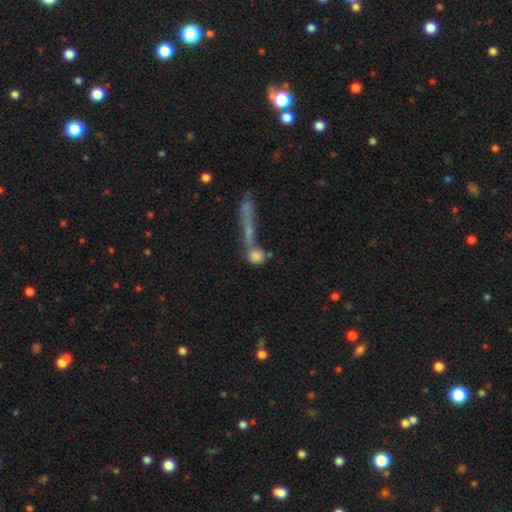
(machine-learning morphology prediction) This is likely a smooth galaxy (74%). How rounded: likely round (69%). Merging: marginally none (45%).